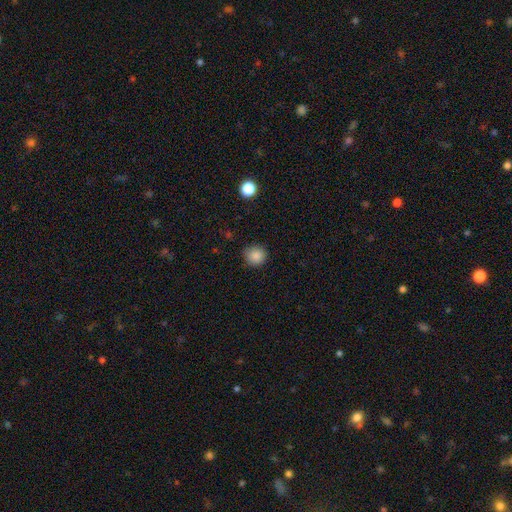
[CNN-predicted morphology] type=smooth (86%); roundness=round (91%); merging=none (85%).